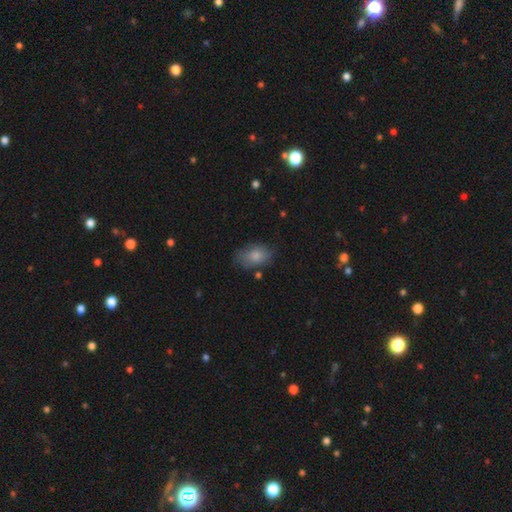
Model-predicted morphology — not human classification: smooth_or_featured: smooth (p=0.80) [alt: featured or disk p=0.13]
how_rounded: in between (p=0.86) [alt: round p=0.13]
merging: none (p=0.65) [alt: minor disturbance p=0.24]